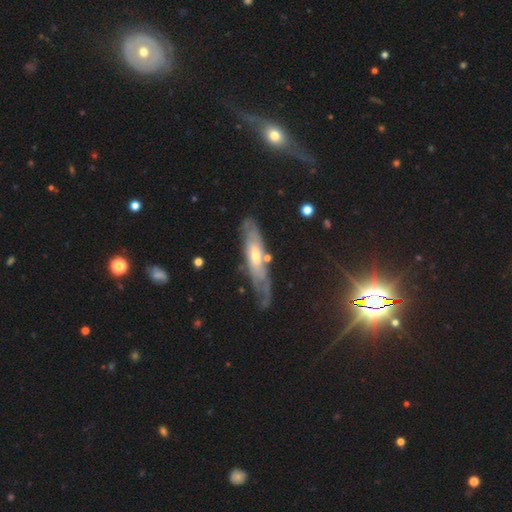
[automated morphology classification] featured or disk 68%, smooth 23%, star or artifact 8%. Down the decision tree: edge-on disk — no (61%); merging — none (62%).